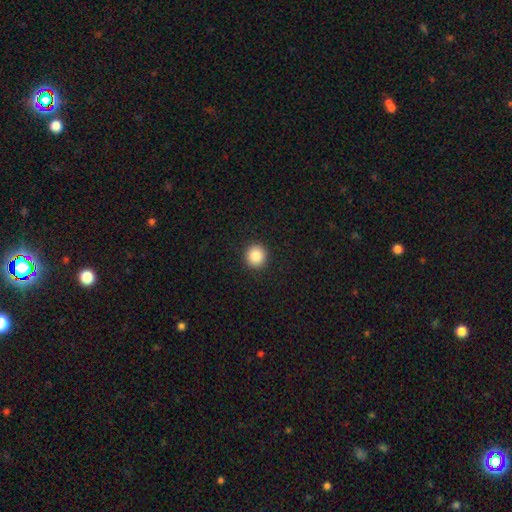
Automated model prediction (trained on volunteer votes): This is clearly a smooth galaxy (87%). How rounded: clearly round (92%). Merging: clearly none (93%).